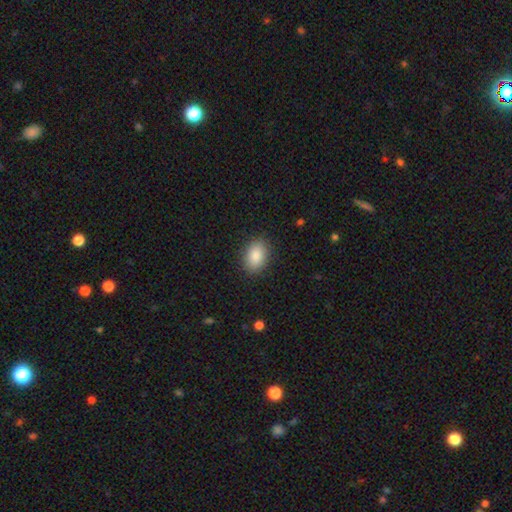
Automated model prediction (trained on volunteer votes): smooth_or_featured: smooth (p=0.88) [alt: star or artifact p=0.07]
how_rounded: in between (p=0.85) [alt: round p=0.14]
merging: none (p=0.88) [alt: minor disturbance p=0.09]